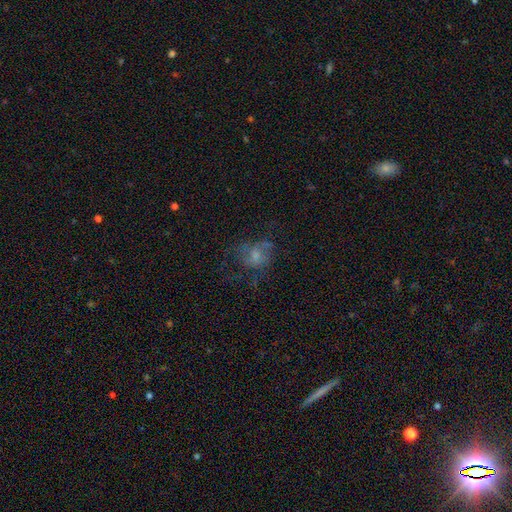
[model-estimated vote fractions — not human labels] Morphology: type=featured or disk (41%); merging=none (49%).